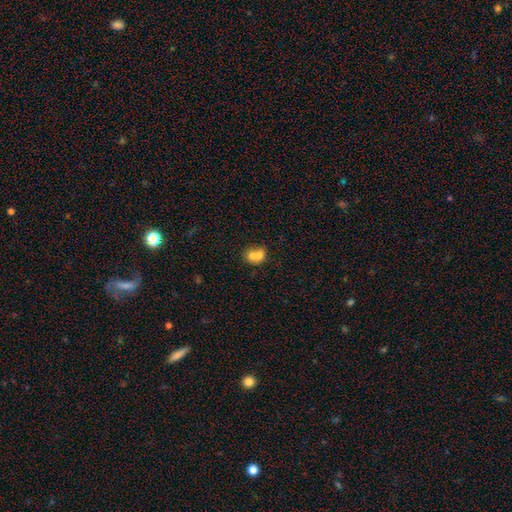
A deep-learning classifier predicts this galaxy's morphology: Overall: smooth (68%). How rounded: round (67%; in between 32%). Merging: merger (69%).